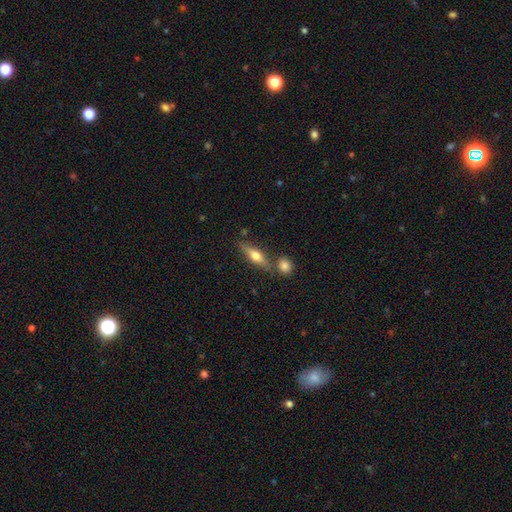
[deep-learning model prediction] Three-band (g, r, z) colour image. It shows a featured or disk galaxy (52%) viewed edge-on (92%). Merging: none (72%).